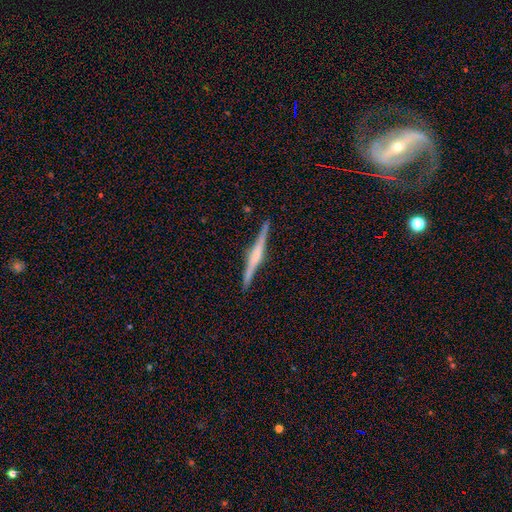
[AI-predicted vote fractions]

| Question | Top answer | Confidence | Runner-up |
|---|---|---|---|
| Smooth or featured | featured or disk | 76% | smooth (18%) |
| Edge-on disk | yes | 98% | no (2%) |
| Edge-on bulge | rounded | 50% | boxy (31%) |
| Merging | none | 90% | minor disturbance (7%) |